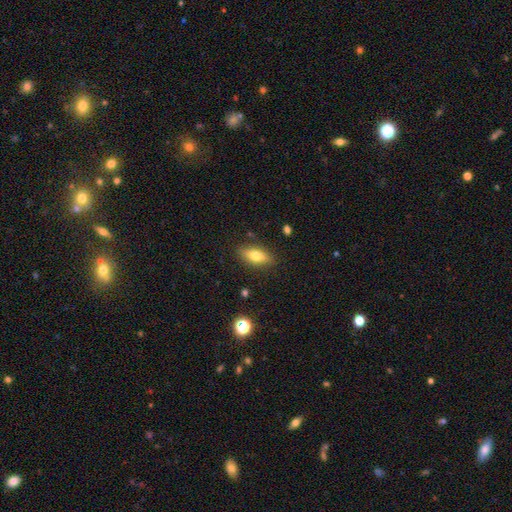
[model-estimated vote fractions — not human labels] The model was most divided on "smooth or featured": smooth: 71%, featured or disk: 21%, star or artifact: 8%. More confident: merging — none (85%); how rounded — in between (79%).